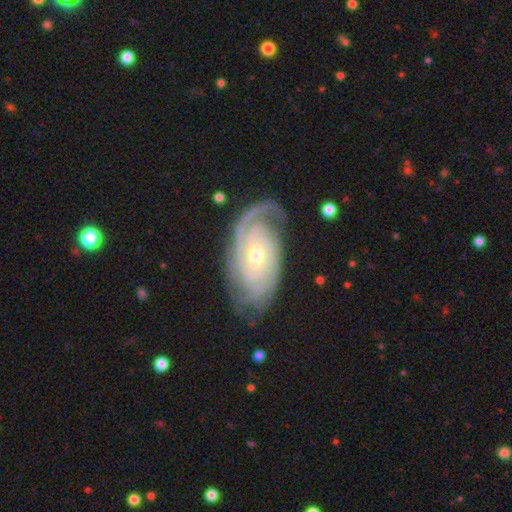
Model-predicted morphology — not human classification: smooth-or-featured: featured or disk: 91% | star or artifact: 5% | smooth: 4%
  disk-edge-on: no: 95% | yes: 5%
    bar: no: 56% | weak: 33% | strong: 12%
    has-spiral-arms: yes: 98% | no: 2%
      spiral-winding: tight: 79% | medium: 18% | loose: 3%
      spiral-arm-count: 2: 39% | 3: 22% | can't tell: 18% | 4: 9% | 1: 6% | more than 4: 6%
    bulge-size: small: 56% | moderate: 41% | large: 1% | none: 1% | dominant: 1%
  merging: none: 77% | minor disturbance: 16% | major disturbance: 5% | merger: 1%